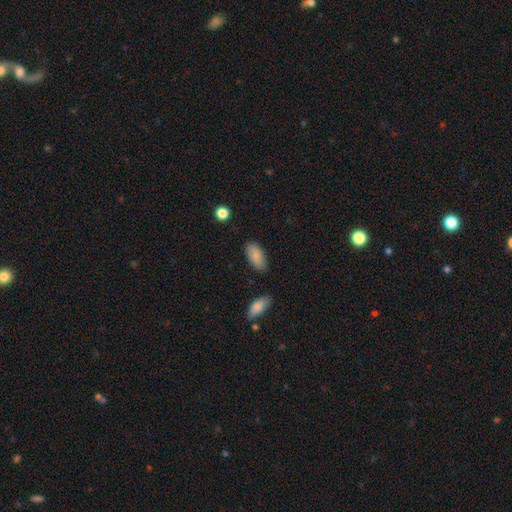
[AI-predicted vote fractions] Smooth or featured? Predicted: smooth (p=0.86). How rounded? Predicted: in between (p=0.91). Merging? Predicted: none (p=0.81).